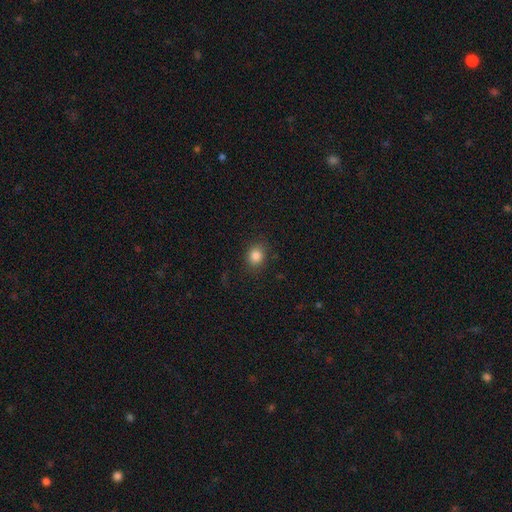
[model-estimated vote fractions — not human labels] This appears to be a smooth galaxy with no disk features (84%) that is round (68%). Merging: none (85%).